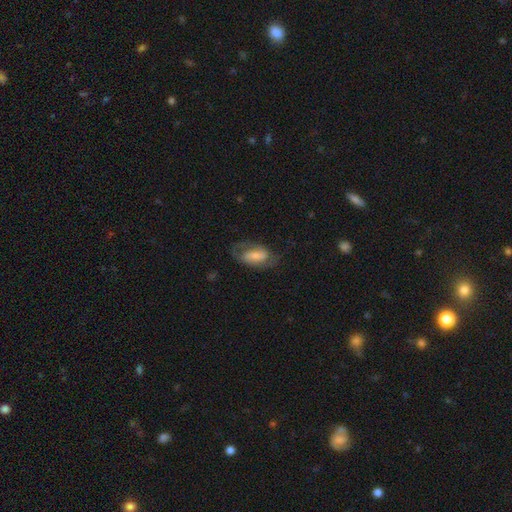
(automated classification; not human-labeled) Smooth or featured? Predicted: featured or disk (p=0.60). Edge-on disk? Predicted: no (p=0.94). Bar? Predicted: weak (p=0.40). Spiral arms? Predicted: yes (p=0.81). Bulge size? Predicted: small (p=0.40). Merging? Predicted: none (p=0.60).